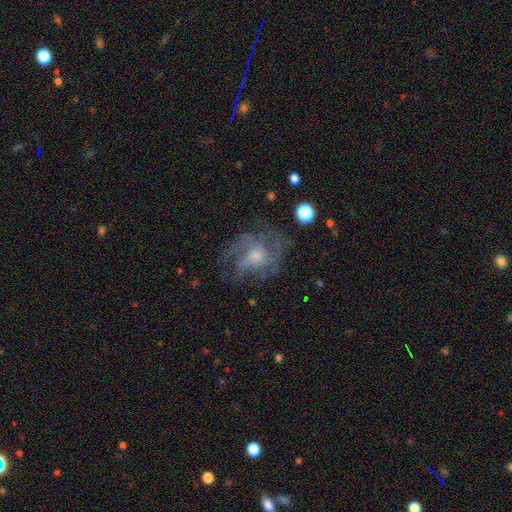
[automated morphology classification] smooth_or_featured: featured or disk (p=0.72) [alt: smooth p=0.18]
disk_edge_on: no (p=0.97) [alt: yes p=0.03]
bar: no (p=0.65) [alt: weak p=0.30]
has_spiral_arms: yes (p=0.84) [alt: no p=0.16]
spiral_winding: medium (p=0.47) [alt: tight p=0.31]
spiral_arm_count: can't tell (p=0.33) [alt: 3 p=0.27]
bulge_size: small (p=0.45) [alt: moderate p=0.41]
merging: none (p=0.62) [alt: minor disturbance p=0.19]